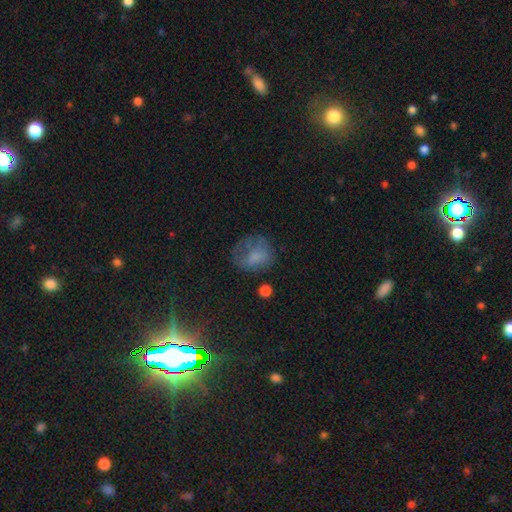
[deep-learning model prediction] The model was most divided on "how rounded": round: 60%, in between: 38%, cigar-shaped: 1%. Remaining: smooth or featured — smooth (62%); merging — none (49%).